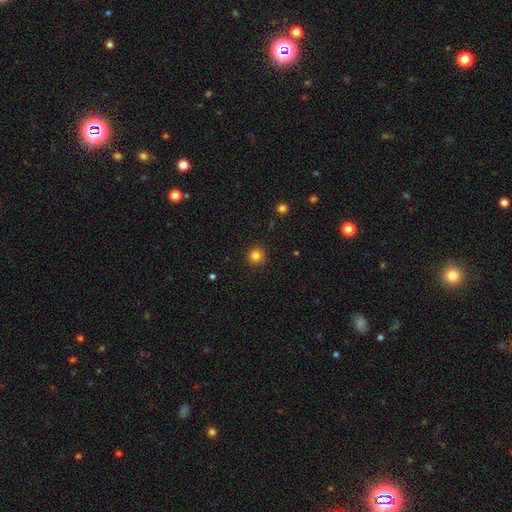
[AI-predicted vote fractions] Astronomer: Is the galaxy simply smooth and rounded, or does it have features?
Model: smooth — 83%.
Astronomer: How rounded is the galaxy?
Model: round — 94%.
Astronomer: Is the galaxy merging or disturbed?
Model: none — 91%.